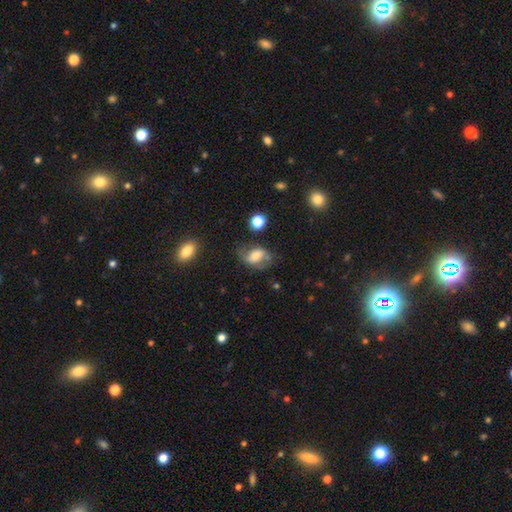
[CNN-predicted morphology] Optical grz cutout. It shows a smooth galaxy with no disk features (51%) that is in between round and cigar-shaped (77%). Merging: none (55%).